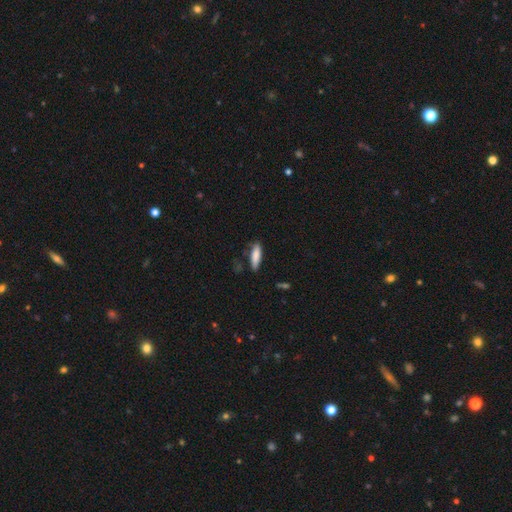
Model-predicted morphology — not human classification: A smooth galaxy with no disk features (84%) that is cigar-shaped (63%).

Vote fractions:
- Smooth or featured? smooth: 84% / featured or disk: 10% / star or artifact: 6%
- How rounded? cigar-shaped: 63% / in between: 36% / round: 2%
- Merging? none: 75% / minor disturbance: 19% / major disturbance: 4% / merger: 2%